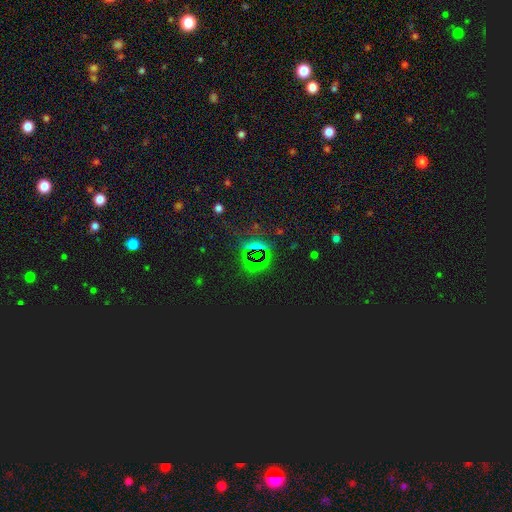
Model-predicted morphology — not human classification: A star or artifact, not a galaxy (77%).